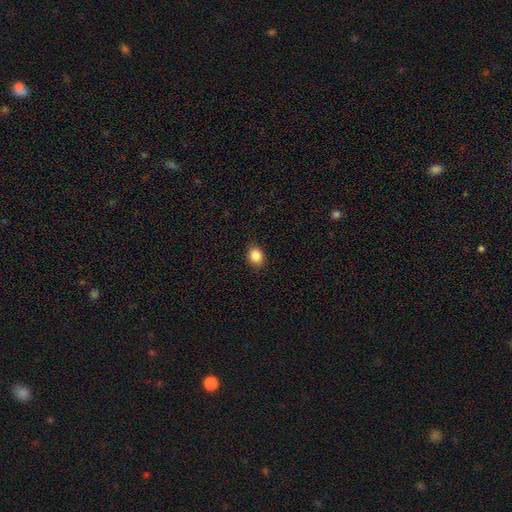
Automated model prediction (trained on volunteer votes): smooth 86%, star or artifact 10%, featured or disk 4%. Down the decision tree: how rounded — round (52%); merging — none (89%).